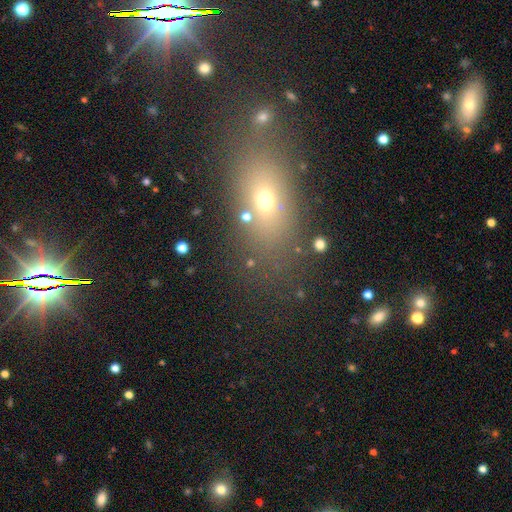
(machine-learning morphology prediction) A smooth galaxy with no disk features (47%). Merging: none (79%).